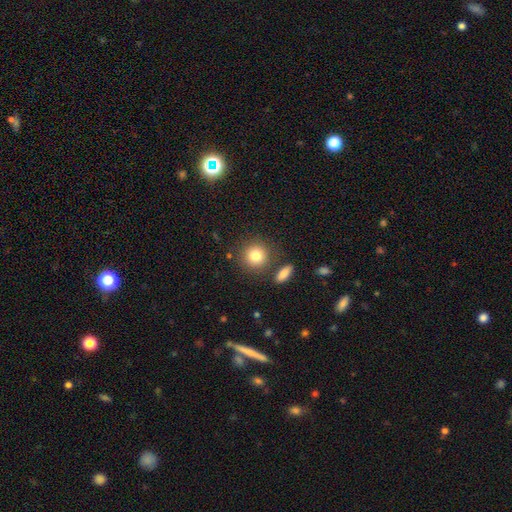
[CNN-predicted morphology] Smooth or featured?
  - smooth: 82% *
  - star or artifact: 10%
  - featured or disk: 9%
How rounded?
  - round: 89% *
  - in between: 10%
  - cigar-shaped: 1%
Merging?
  - none: 80% *
  - minor disturbance: 9%
  - merger: 8%
  - major disturbance: 3%